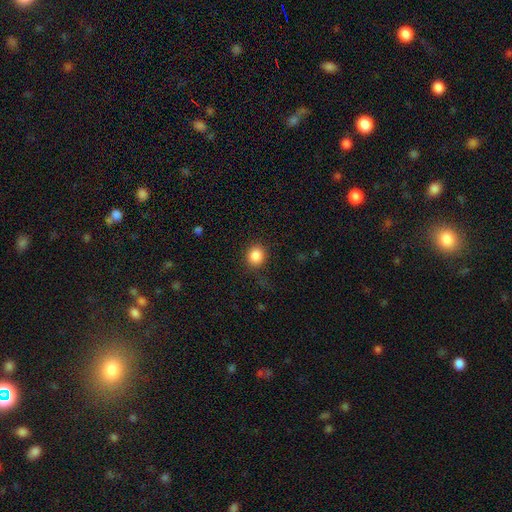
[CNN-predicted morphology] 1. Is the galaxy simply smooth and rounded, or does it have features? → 86% smooth, 10% star or artifact, 4% featured or disk.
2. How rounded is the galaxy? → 81% round, 18% in between, 1% cigar-shaped.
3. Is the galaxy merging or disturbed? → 85% none, 10% minor disturbance, 4% major disturbance, 1% merger.